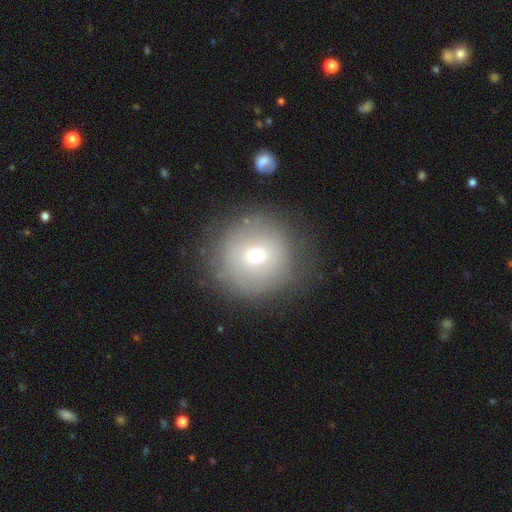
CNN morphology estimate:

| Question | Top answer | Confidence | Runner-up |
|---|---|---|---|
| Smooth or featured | smooth | 61% | featured or disk (26%) |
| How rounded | round | 93% | in between (6%) |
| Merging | none | 80% | minor disturbance (12%) |